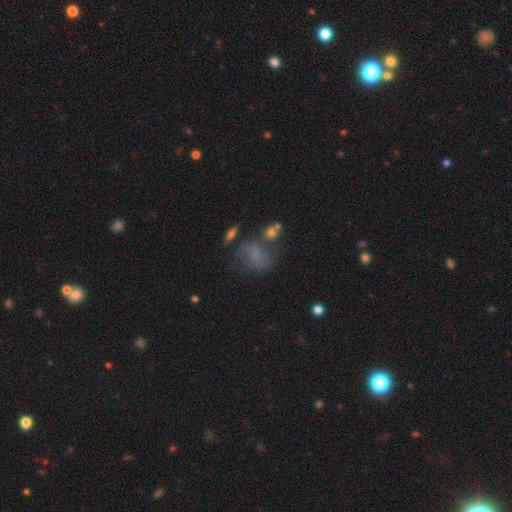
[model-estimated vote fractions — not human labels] Smooth or featured? Predicted: smooth (p=0.48). Merging? Predicted: none (p=0.40).